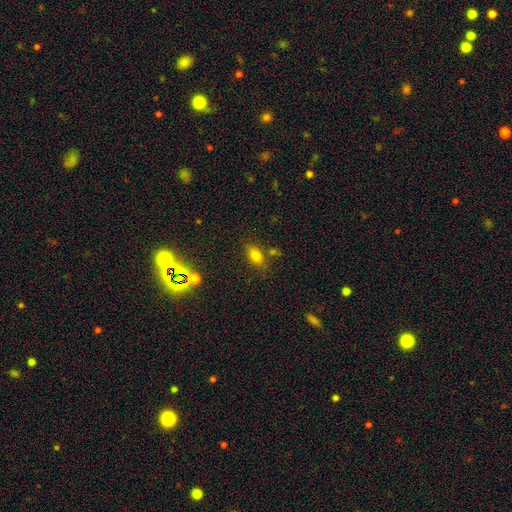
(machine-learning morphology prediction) The model was most divided on "merging": none: 72%, minor disturbance: 14%, merger: 9%, major disturbance: 5%. More confident: how rounded — in between (83%); smooth or featured — smooth (75%).